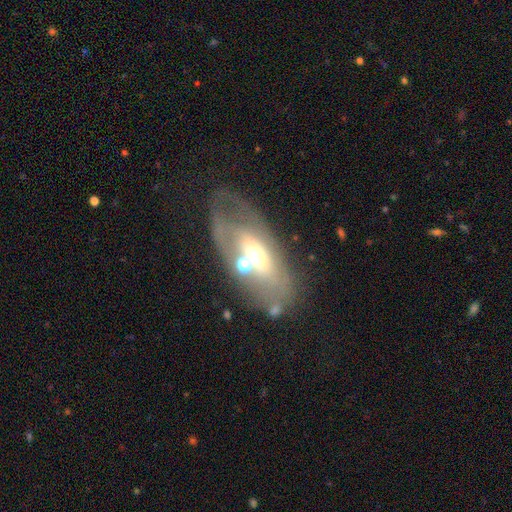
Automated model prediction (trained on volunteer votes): Overall: featured or disk (59%; smooth 32%). Edge-on disk: no (83%). Merging: none (54%; minor disturbance 19%).